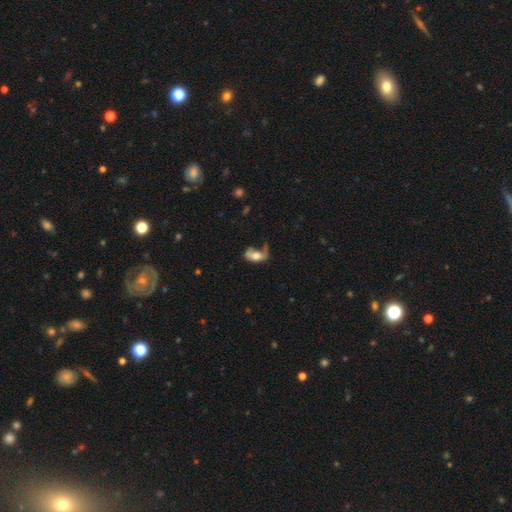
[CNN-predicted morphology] Smooth or featured?
  - smooth: 54% *
  - featured or disk: 38%
  - star or artifact: 8%
How rounded?
  - in between: 87% *
  - round: 8%
  - cigar-shaped: 5%
Merging?
  - major disturbance: 45% *
  - none: 24%
  - minor disturbance: 22%
  - merger: 9%